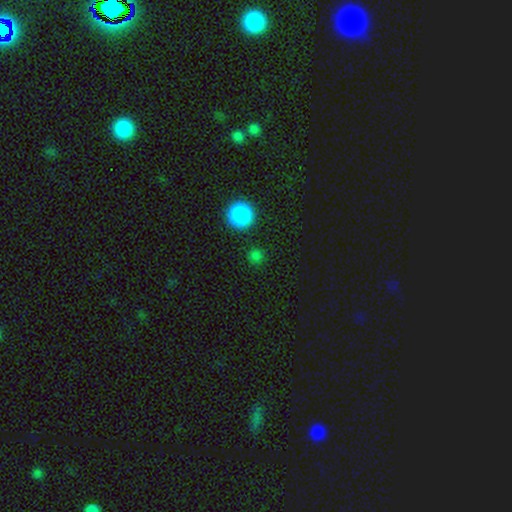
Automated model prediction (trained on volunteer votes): Morphology: type=smooth (79%); roundness=round (93%); merging=none (86%).